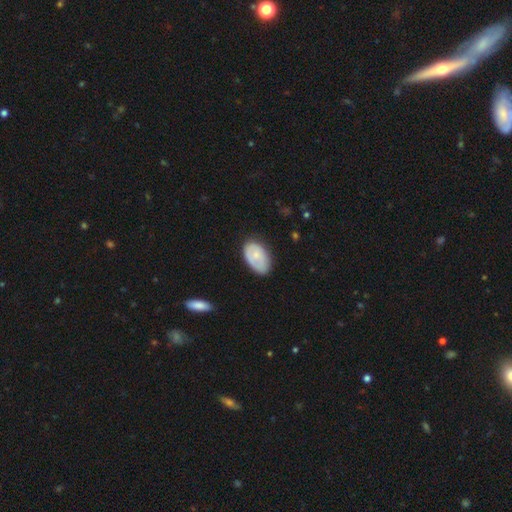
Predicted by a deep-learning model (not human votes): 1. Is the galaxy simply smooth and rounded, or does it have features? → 68% smooth, 26% featured or disk, 6% star or artifact.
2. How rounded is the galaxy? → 92% in between, 7% round, 1% cigar-shaped.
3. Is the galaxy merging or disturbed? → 67% none, 25% minor disturbance, 6% major disturbance, 2% merger.